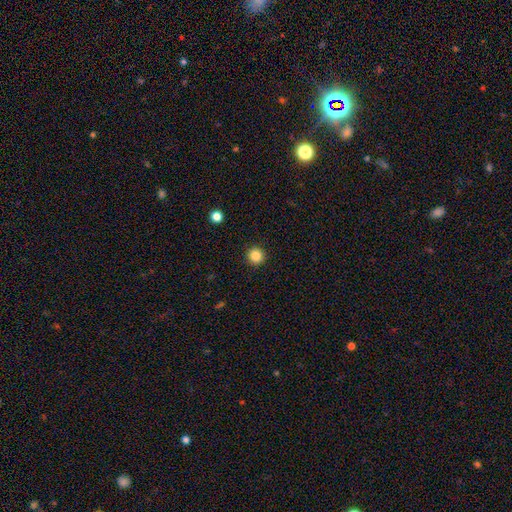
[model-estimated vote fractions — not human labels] Smooth or featured? Predicted: smooth (p=0.85). How rounded? Predicted: round (p=0.96). Merging? Predicted: none (p=0.93).